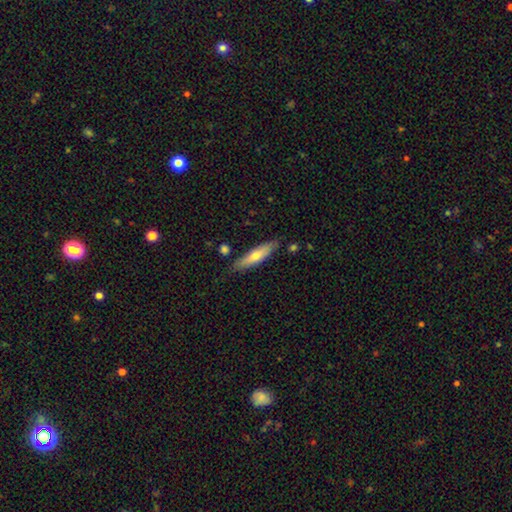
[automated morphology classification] Smooth or featured?
  - smooth: 56% *
  - featured or disk: 38%
  - star or artifact: 6%
How rounded?
  - cigar-shaped: 74% *
  - in between: 24%
  - round: 2%
Merging?
  - none: 80% *
  - minor disturbance: 14%
  - merger: 3%
  - major disturbance: 3%